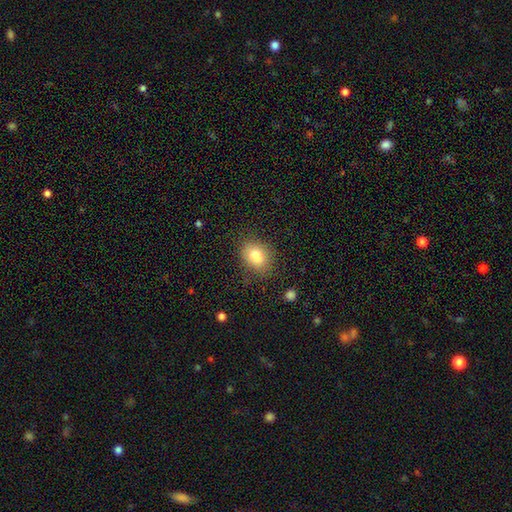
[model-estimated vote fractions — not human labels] Q: Smooth or featured?
A: smooth (81%); runner-up: featured or disk (10%)
Q: How rounded?
A: in between (62%); runner-up: round (37%)
Q: Merging?
A: none (79%); runner-up: minor disturbance (15%)